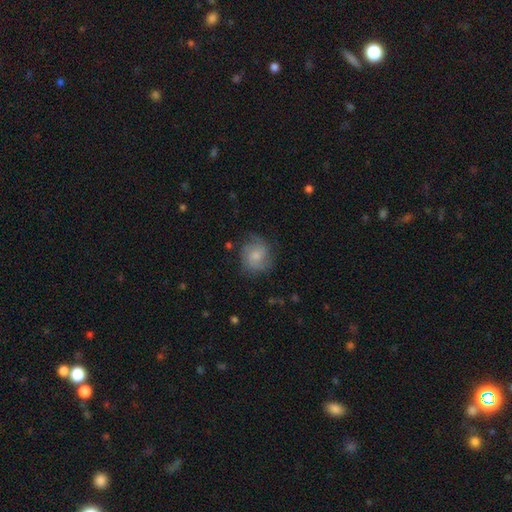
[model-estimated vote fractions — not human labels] Smooth or featured? Predicted: smooth (p=0.51). How rounded? Predicted: round (p=0.79). Merging? Predicted: none (p=0.68).